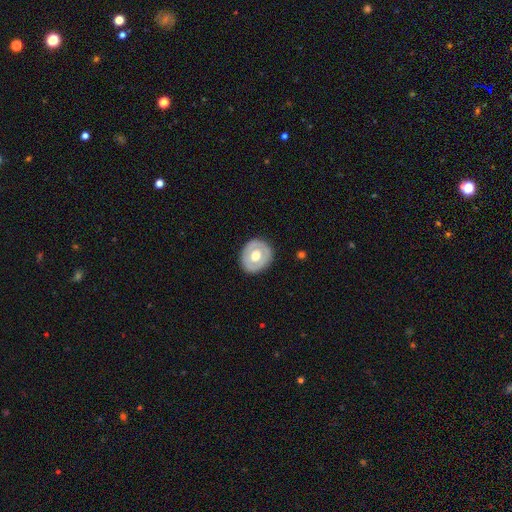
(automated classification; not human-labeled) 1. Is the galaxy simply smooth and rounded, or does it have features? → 48% featured or disk, 46% smooth, 6% star or artifact.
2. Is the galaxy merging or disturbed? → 86% none, 11% minor disturbance, 3% major disturbance, 1% merger.